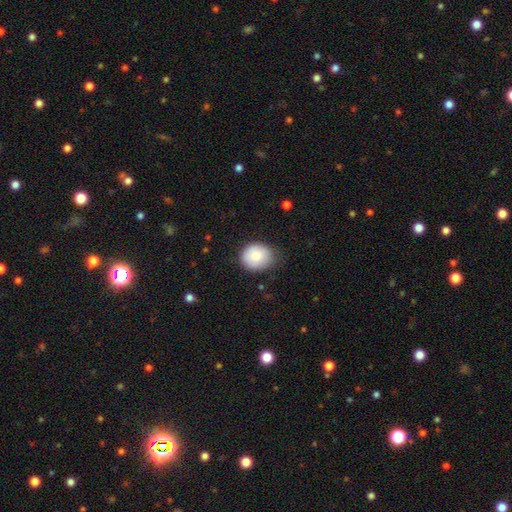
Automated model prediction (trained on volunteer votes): A smooth galaxy with no disk features (82%) that is round (65%).

Vote fractions:
- Smooth or featured? smooth: 82% / featured or disk: 10% / star or artifact: 7%
- How rounded? round: 65% / in between: 34% / cigar-shaped: 1%
- Merging? none: 73% / minor disturbance: 22% / major disturbance: 4% / merger: 1%